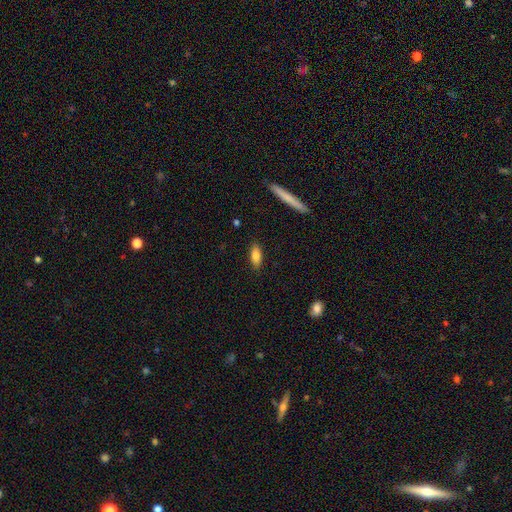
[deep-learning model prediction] Smooth or featured: smooth — 81% (featured or disk — 12%)
How rounded: in between — 70% (cigar-shaped — 28%)
Merging: none — 88% (minor disturbance — 9%)